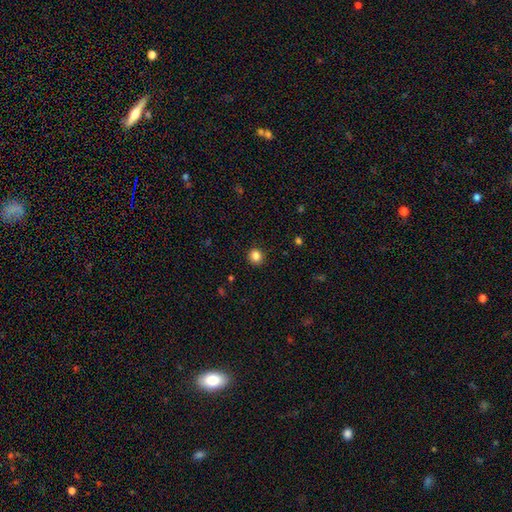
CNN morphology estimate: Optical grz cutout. It shows a smooth galaxy with no disk features (85%) that is round (87%). Merging: none (91%).